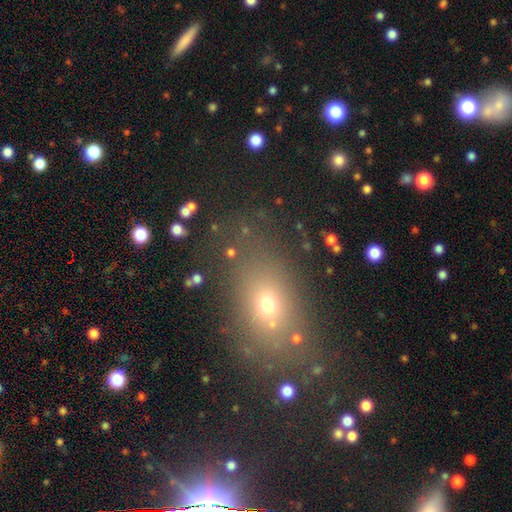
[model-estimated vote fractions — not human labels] A smooth galaxy with no disk features (50%) that is in between round and cigar-shaped (70%).

Vote fractions:
- Smooth or featured? smooth: 50% / star or artifact: 33% / featured or disk: 17%
- How rounded? in between: 70% / round: 25% / cigar-shaped: 5%
- Merging? none: 80% / minor disturbance: 11% / major disturbance: 6% / merger: 3%